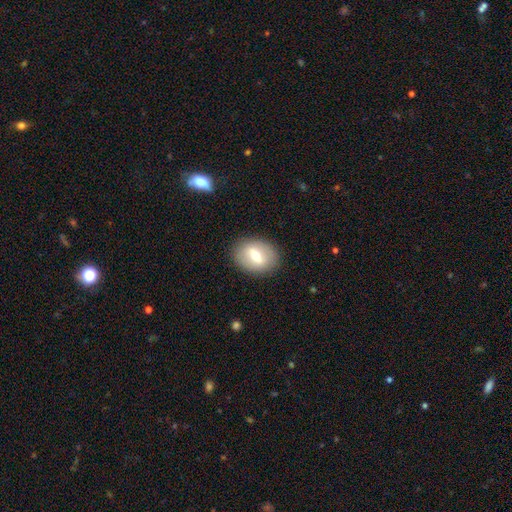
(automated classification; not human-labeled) Q: Smooth or featured?
A: smooth (54%); runner-up: featured or disk (38%)
Q: How rounded?
A: in between (67%); runner-up: round (31%)
Q: Merging?
A: none (86%); runner-up: minor disturbance (9%)